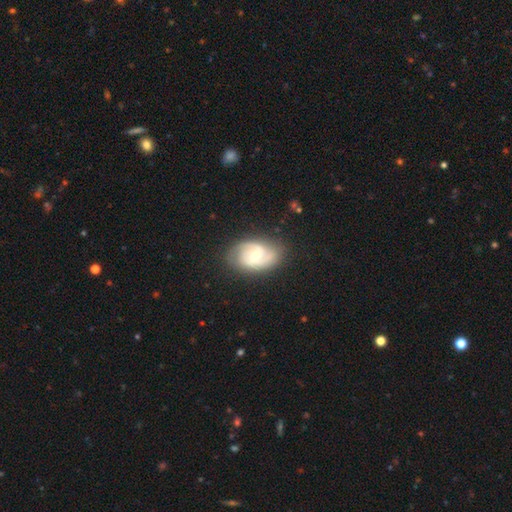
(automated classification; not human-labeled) smooth-or-featured: featured or disk: 75% | smooth: 19% | star or artifact: 6%
  disk-edge-on: no: 97% | yes: 3%
    bar: weak: 57% | no: 26% | strong: 17%
    has-spiral-arms: yes: 92% | no: 8%
      spiral-winding: medium: 48% | tight: 33% | loose: 20%
      spiral-arm-count: 2: 75% | can't tell: 12% | 3: 6% | 1: 4% | 4: 1% | more than 4: 1%
    bulge-size: moderate: 53% | small: 40% | large: 4% | none: 2% | dominant: 1%
  merging: none: 74% | minor disturbance: 19% | major disturbance: 6% | merger: 1%